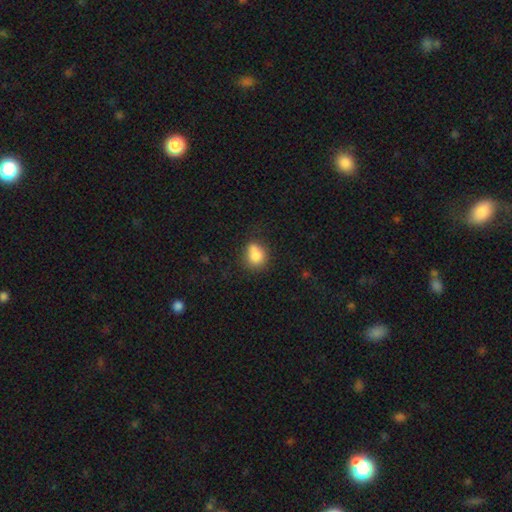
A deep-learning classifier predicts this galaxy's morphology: smooth_or_featured: smooth (p=0.79) [alt: featured or disk p=0.11]
how_rounded: round (p=0.63) [alt: in between p=0.36]
merging: none (p=0.49) [alt: merger p=0.24]